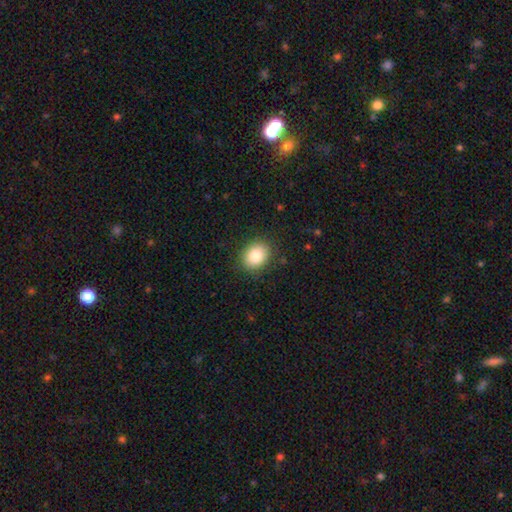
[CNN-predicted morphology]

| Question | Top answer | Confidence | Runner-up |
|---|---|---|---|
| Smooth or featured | smooth | 84% | star or artifact (9%) |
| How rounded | in between | 52% | round (47%) |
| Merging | none | 86% | minor disturbance (10%) |